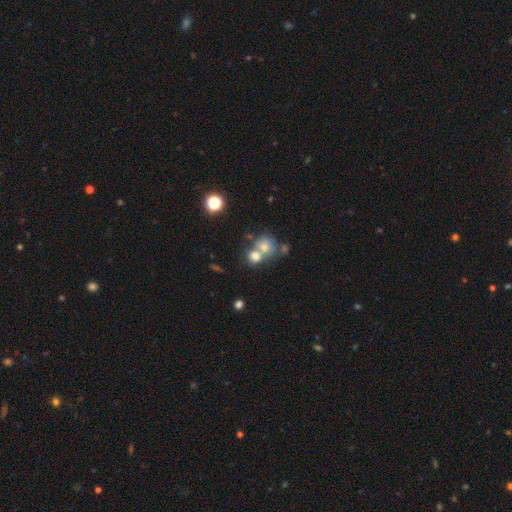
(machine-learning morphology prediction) The model was most divided on "merging": merger: 53%, none: 35%, minor disturbance: 8%, major disturbance: 4%. More confident: how rounded — round (73%); smooth or featured — smooth (71%).